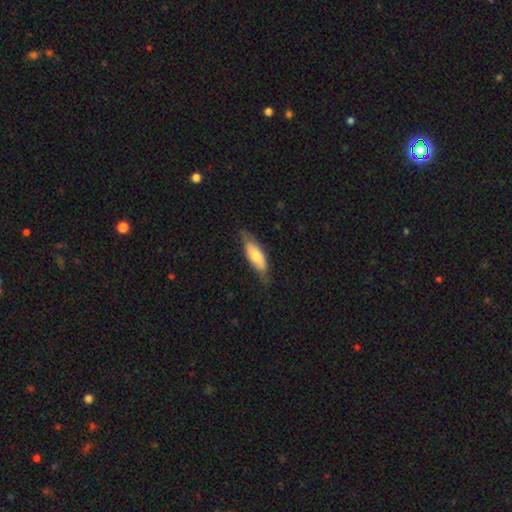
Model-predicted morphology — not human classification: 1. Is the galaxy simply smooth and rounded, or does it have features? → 65% smooth, 30% featured or disk, 5% star or artifact.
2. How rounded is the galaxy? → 62% in between, 36% cigar-shaped, 2% round.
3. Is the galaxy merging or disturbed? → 68% none, 25% minor disturbance, 5% major disturbance, 1% merger.